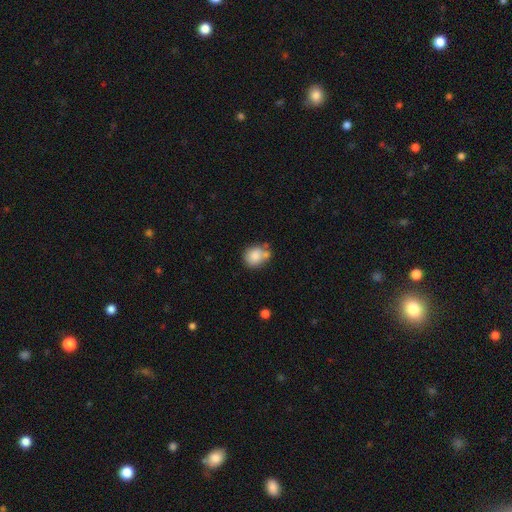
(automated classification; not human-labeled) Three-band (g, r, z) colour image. It shows a smooth galaxy with no disk features (83%) that is round (71%). Merging: none (53%).